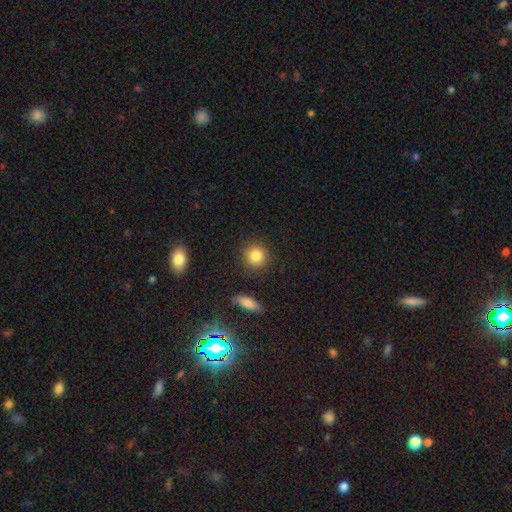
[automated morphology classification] Smooth or featured: smooth — 85% (star or artifact — 9%)
How rounded: round — 90% (in between — 9%)
Merging: none — 88% (minor disturbance — 7%)